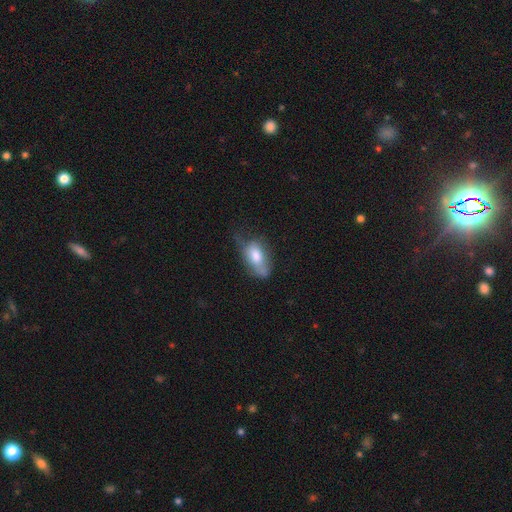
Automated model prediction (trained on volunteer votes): Smooth or featured? smooth (70%)
How rounded? in between (88%)
Merging? minor disturbance (37%)